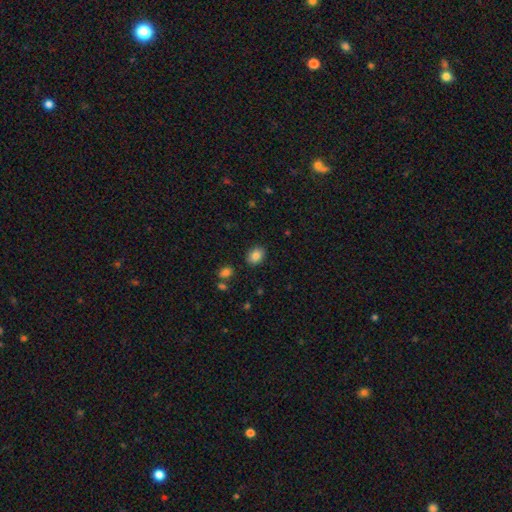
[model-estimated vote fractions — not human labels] Morphology: type=smooth (85%); roundness=in between (67%); merging=none (87%).